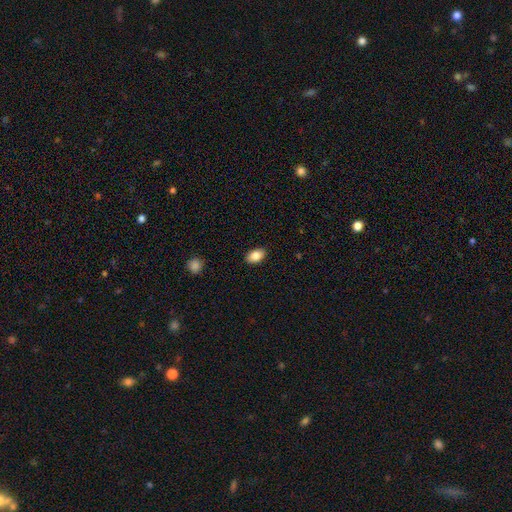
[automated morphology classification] A smooth galaxy with no disk features (86%) that is in between round and cigar-shaped (90%).

Vote fractions:
- Smooth or featured? smooth: 86% / star or artifact: 8% / featured or disk: 7%
- How rounded? in between: 90% / round: 8% / cigar-shaped: 2%
- Merging? none: 89% / minor disturbance: 9% / major disturbance: 2% / merger: 1%